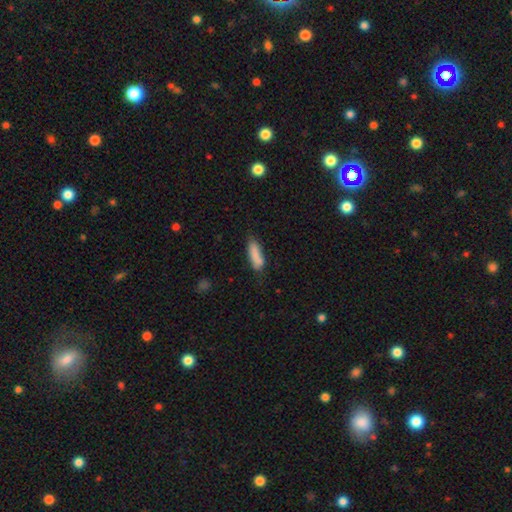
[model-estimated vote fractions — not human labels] smooth_or_featured: smooth (p=0.83) [alt: featured or disk p=0.10]
how_rounded: in between (p=0.50) [alt: cigar-shaped p=0.48]
merging: none (p=0.66) [alt: minor disturbance p=0.24]